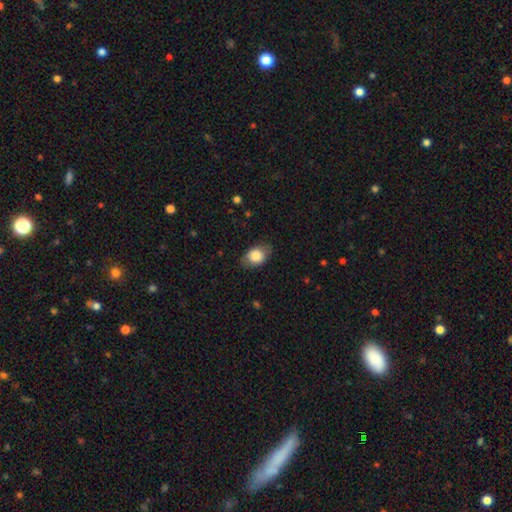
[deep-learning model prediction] Smooth or featured?
  - smooth: 81% *
  - featured or disk: 12%
  - star or artifact: 7%
How rounded?
  - in between: 78% *
  - round: 21%
  - cigar-shaped: 1%
Merging?
  - none: 78% *
  - minor disturbance: 16%
  - major disturbance: 5%
  - merger: 1%